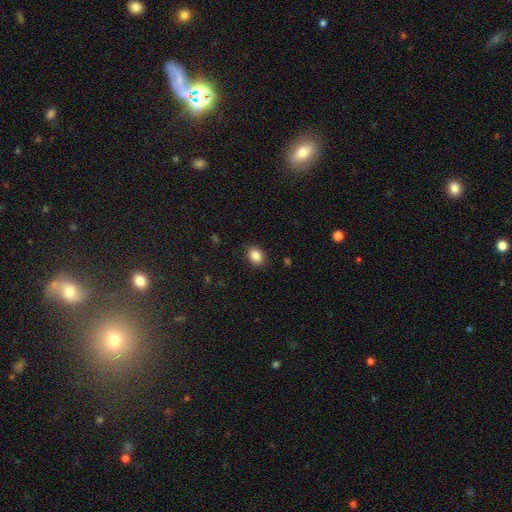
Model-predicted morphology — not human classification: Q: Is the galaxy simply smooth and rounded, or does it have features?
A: smooth — 86%.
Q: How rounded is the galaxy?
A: in between — 64%.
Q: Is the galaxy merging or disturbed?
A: none — 89%.